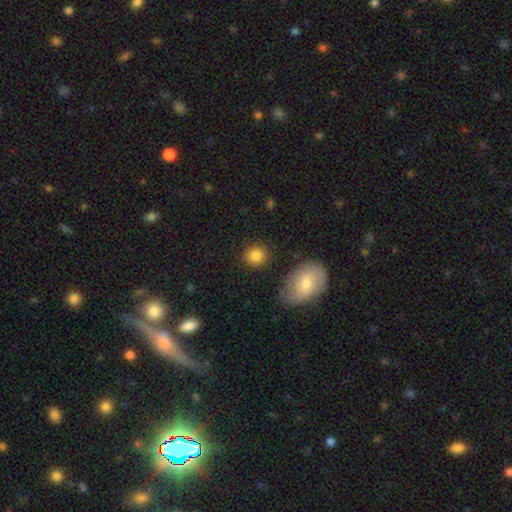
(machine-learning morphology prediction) smooth-or-featured: smooth: 86% | star or artifact: 8% | featured or disk: 6%
  how-rounded: round: 82% | in between: 16% | cigar-shaped: 1%
  merging: none: 83% | minor disturbance: 10% | merger: 4% | major disturbance: 3%